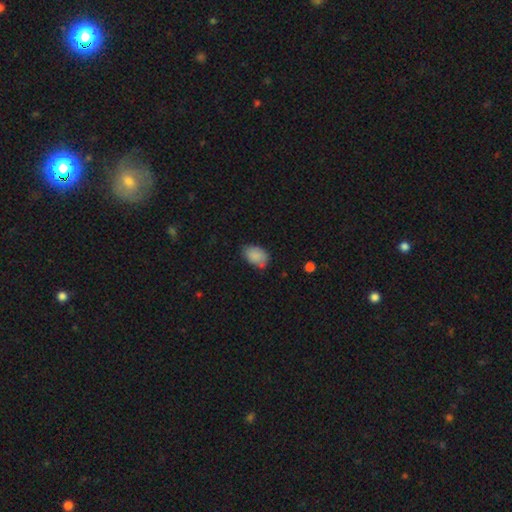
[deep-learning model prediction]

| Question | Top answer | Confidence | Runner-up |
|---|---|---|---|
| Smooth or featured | smooth | 86% | star or artifact (8%) |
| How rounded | in between | 85% | round (14%) |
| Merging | none | 65% | minor disturbance (27%) |